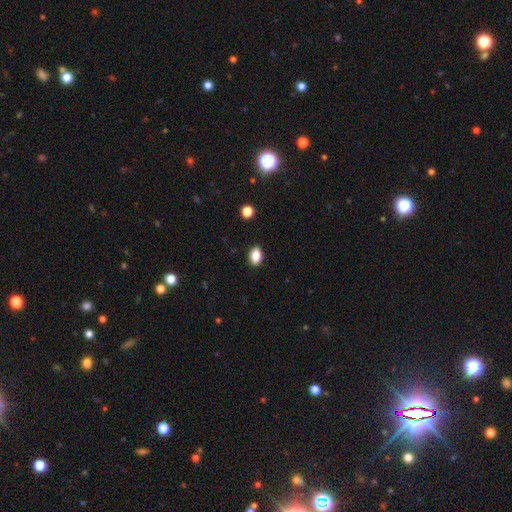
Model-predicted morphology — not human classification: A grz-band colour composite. It shows a smooth galaxy with no disk features (87%) that is in between round and cigar-shaped (86%). Merging: none (90%).